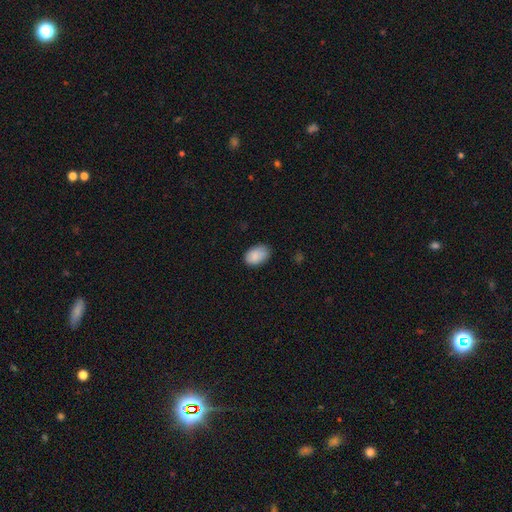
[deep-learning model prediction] Smooth or featured? smooth (88%)
How rounded? in between (87%)
Merging? none (77%)